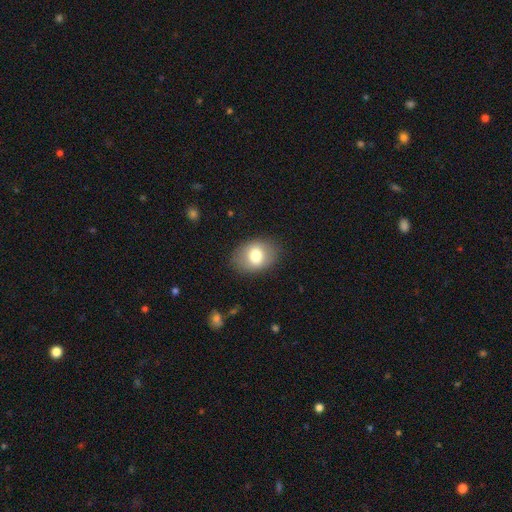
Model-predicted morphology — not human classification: Smooth or featured: smooth — 76% (featured or disk — 17%)
How rounded: in between — 73% (round — 26%)
Merging: none — 83% (minor disturbance — 12%)